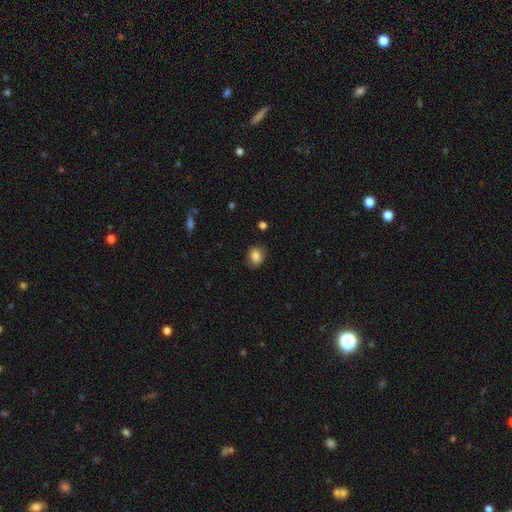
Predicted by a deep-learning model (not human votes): smooth_or_featured: smooth (p=0.85) [alt: star or artifact p=0.09]
how_rounded: round (p=0.53) [alt: in between p=0.46]
merging: none (p=0.81) [alt: minor disturbance p=0.14]